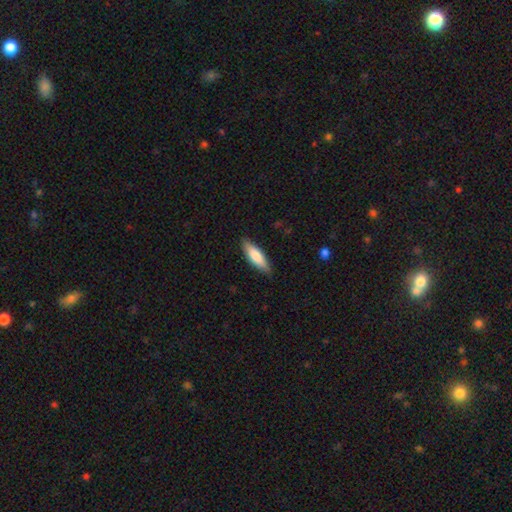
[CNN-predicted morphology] The model was most divided on "how rounded": cigar-shaped: 55%, in between: 44%, round: 2%. More confident: merging — none (87%); smooth or featured — smooth (76%).